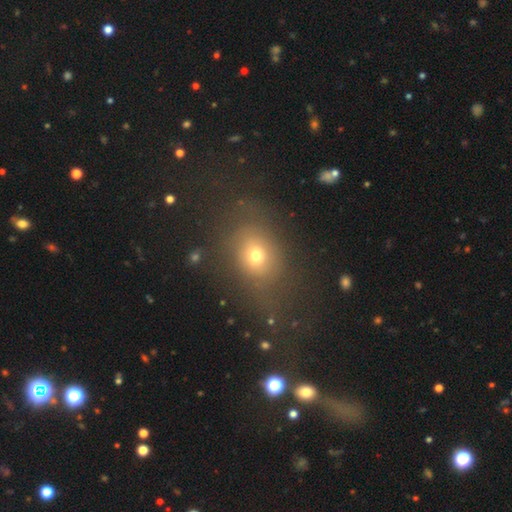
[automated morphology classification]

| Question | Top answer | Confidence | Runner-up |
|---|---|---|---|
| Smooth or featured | smooth | 68% | star or artifact (16%) |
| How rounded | round | 52% | in between (47%) |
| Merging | none | 62% | major disturbance (17%) |